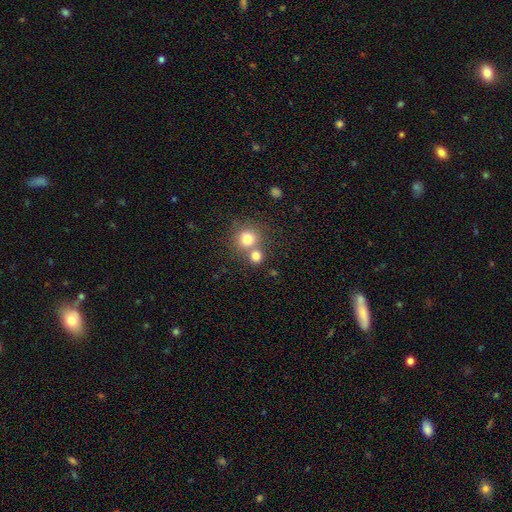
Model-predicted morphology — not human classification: smooth 77%, star or artifact 13%, featured or disk 10%. Down the decision tree: how rounded — round (88%); merging — none (52%).